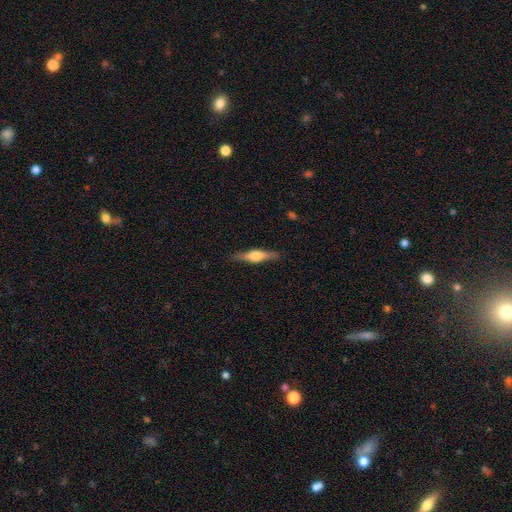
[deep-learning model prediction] Q: Smooth or featured?
A: featured or disk (62%); runner-up: smooth (32%)
Q: Edge-on disk?
A: yes (96%); runner-up: no (4%)
Q: Edge-on bulge?
A: rounded (88%); runner-up: boxy (9%)
Q: Merging?
A: none (89%); runner-up: minor disturbance (8%)